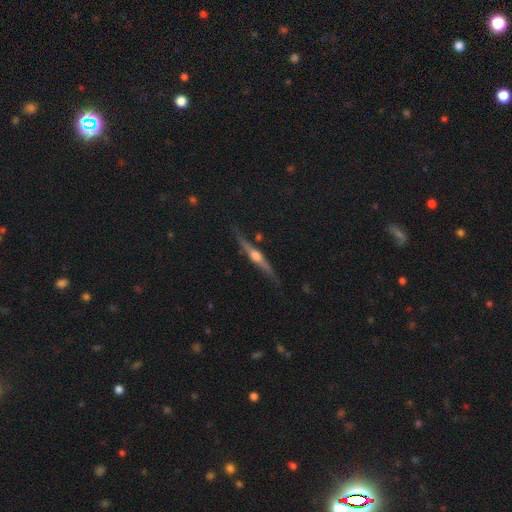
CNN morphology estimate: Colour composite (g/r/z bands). It shows a featured or disk galaxy (78%) viewed edge-on (97%) with a rounded central bulge (91%). Merging: none (83%).